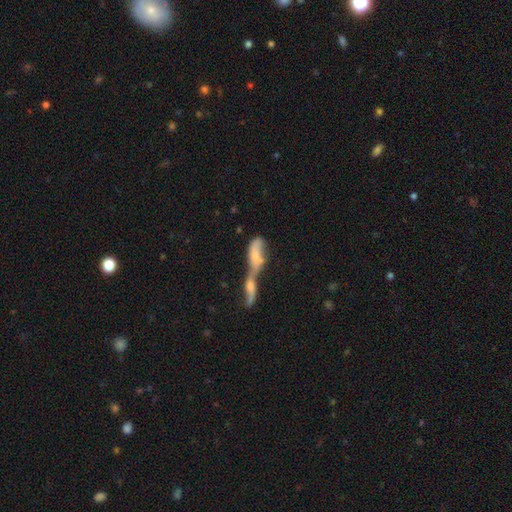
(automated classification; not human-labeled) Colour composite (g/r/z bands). It shows a smooth galaxy with no disk features (55%) that is in between round and cigar-shaped (61%). Merging: merger (80%).